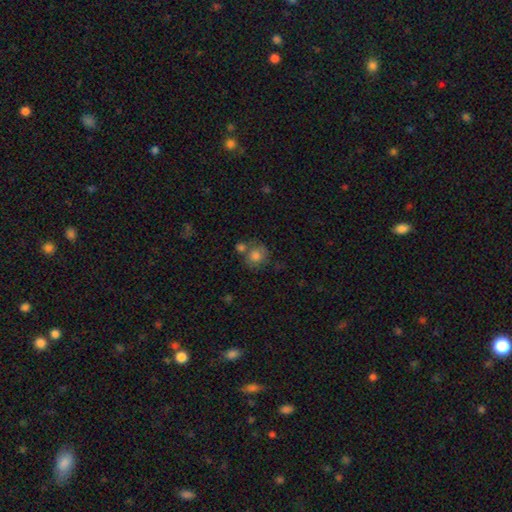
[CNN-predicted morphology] A smooth galaxy with no disk features (78%) that is round (79%).

Vote fractions:
- Smooth or featured? smooth: 78% / featured or disk: 13% / star or artifact: 9%
- How rounded? round: 79% / in between: 20% / cigar-shaped: 1%
- Merging? none: 52% / merger: 26% / minor disturbance: 16% / major disturbance: 7%